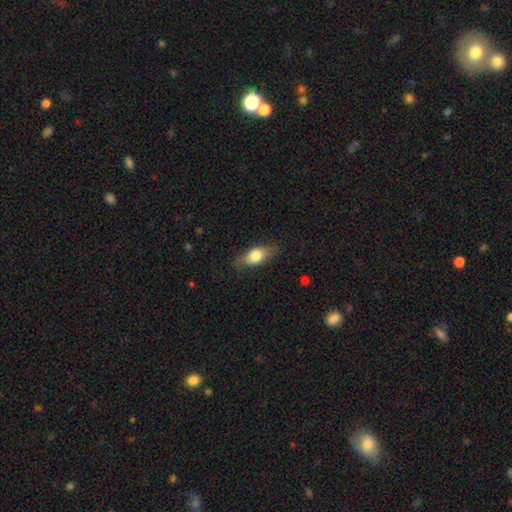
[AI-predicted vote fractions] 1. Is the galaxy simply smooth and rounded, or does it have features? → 69% smooth, 24% featured or disk, 7% star or artifact.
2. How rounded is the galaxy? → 77% in between, 16% cigar-shaped, 7% round.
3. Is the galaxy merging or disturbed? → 79% none, 16% minor disturbance, 4% major disturbance, 1% merger.